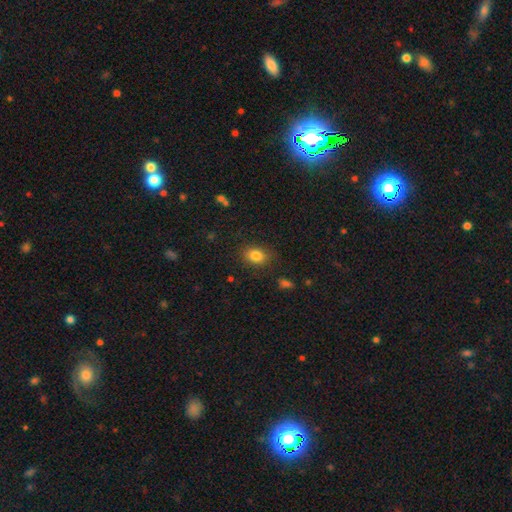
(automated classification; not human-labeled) This is clearly a smooth galaxy (83%). How rounded: likely in between (65%). Merging: clearly none (84%).